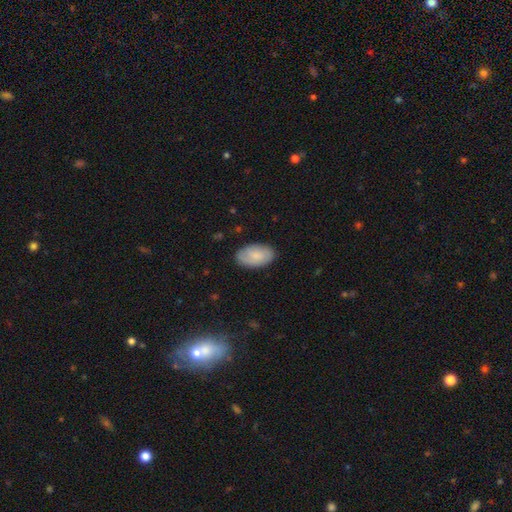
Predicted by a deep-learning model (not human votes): Smooth or featured: smooth — 71% (featured or disk — 23%)
How rounded: in between — 94% (round — 4%)
Merging: none — 84% (minor disturbance — 12%)